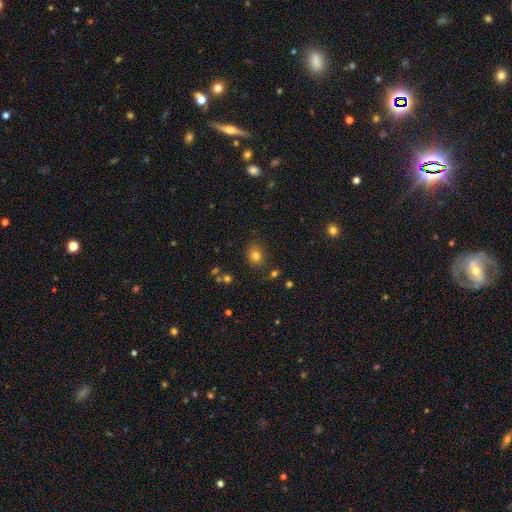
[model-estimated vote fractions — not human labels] Smooth or featured? Predicted: smooth (p=0.78). How rounded? Predicted: round (p=0.59). Merging? Predicted: none (p=0.82).